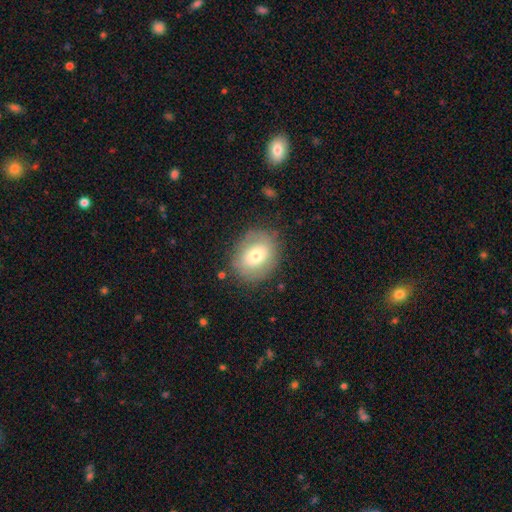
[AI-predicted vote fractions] Smooth or featured: smooth — 65% (featured or disk — 26%)
How rounded: round — 55% (in between — 44%)
Merging: none — 79% (minor disturbance — 14%)